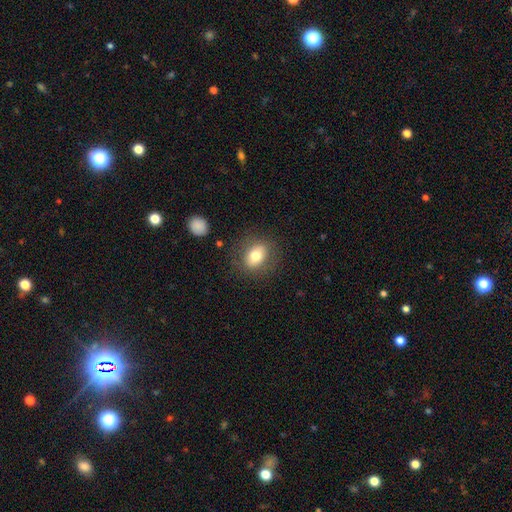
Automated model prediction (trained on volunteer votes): The model was most divided on "how rounded": in between: 53%, round: 46%, cigar-shaped: 1%. More confident: merging — none (80%); smooth or featured — smooth (71%).